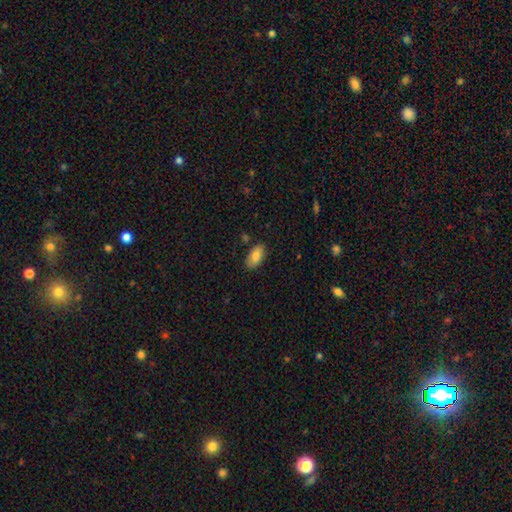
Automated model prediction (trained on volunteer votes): The model was most divided on "smooth or featured": smooth: 80%, featured or disk: 13%, star or artifact: 7%. More confident: how rounded — in between (93%); merging — none (83%).